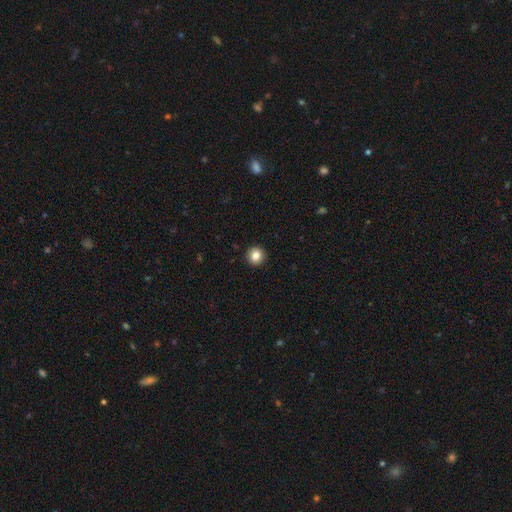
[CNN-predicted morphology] Smooth or featured?
  - smooth: 83% *
  - star or artifact: 10%
  - featured or disk: 7%
How rounded?
  - round: 95% *
  - in between: 4%
  - cigar-shaped: 1%
Merging?
  - none: 93% *
  - minor disturbance: 5%
  - major disturbance: 1%
  - merger: 1%